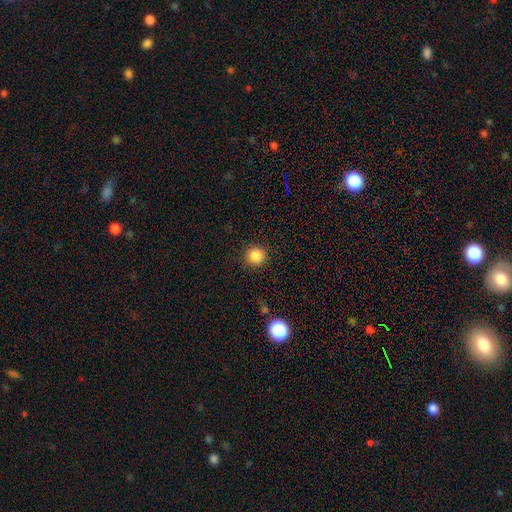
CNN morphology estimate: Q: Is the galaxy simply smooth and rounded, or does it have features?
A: smooth — 86%.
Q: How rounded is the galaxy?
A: round — 95%.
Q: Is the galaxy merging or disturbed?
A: none — 91%.